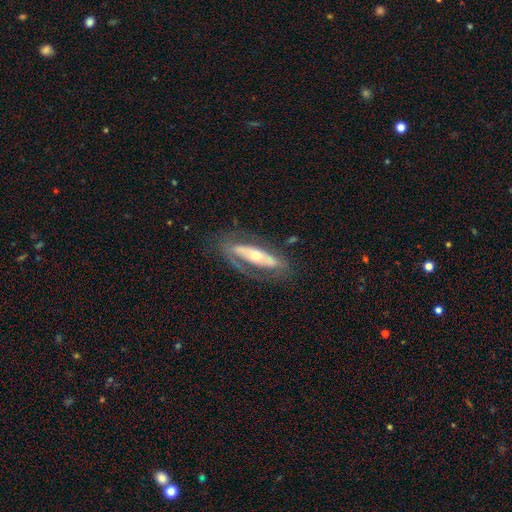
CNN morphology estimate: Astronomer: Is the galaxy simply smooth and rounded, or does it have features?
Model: featured or disk — 68%.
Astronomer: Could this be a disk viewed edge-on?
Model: no — 68%.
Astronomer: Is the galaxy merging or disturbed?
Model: none — 66%.